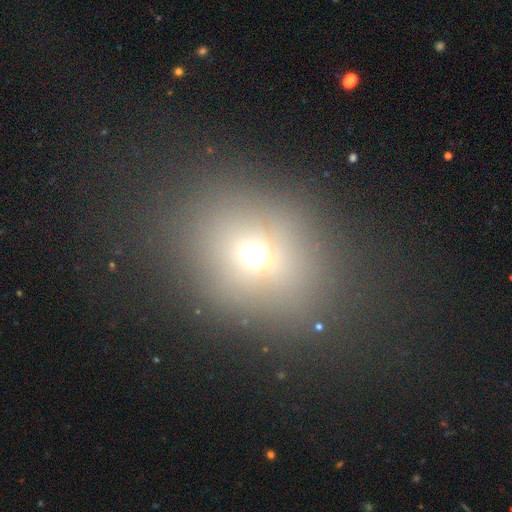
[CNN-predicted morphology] This is likely a smooth galaxy (62%). How rounded: possibly round (57%). Merging: likely none (77%).